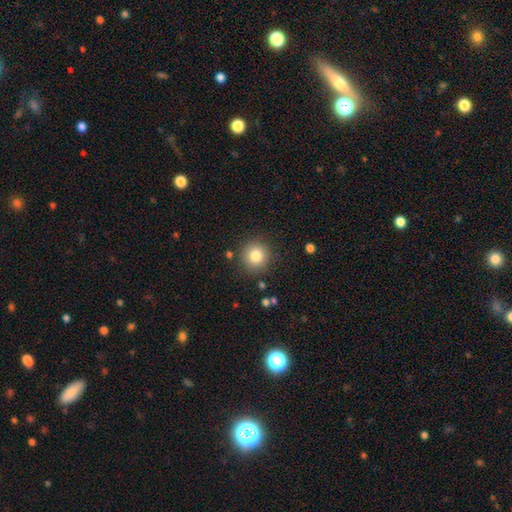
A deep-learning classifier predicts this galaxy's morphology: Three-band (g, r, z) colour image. It shows a smooth galaxy with no disk features (82%) that is round (93%). Merging: none (87%).